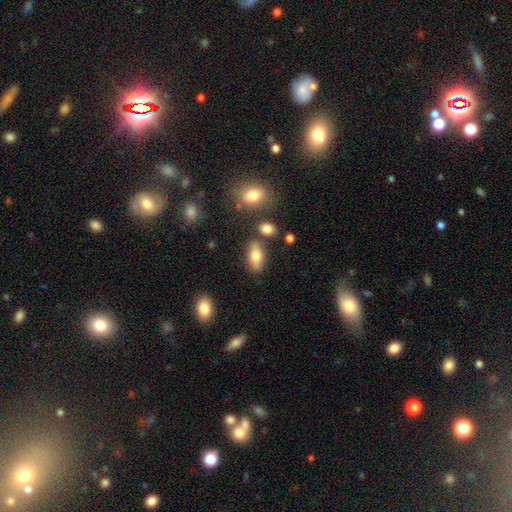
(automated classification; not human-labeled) Smooth or featured?
  - smooth: 73% *
  - featured or disk: 19%
  - star or artifact: 8%
How rounded?
  - in between: 84% *
  - cigar-shaped: 10%
  - round: 5%
Merging?
  - none: 78% *
  - minor disturbance: 12%
  - merger: 6%
  - major disturbance: 3%